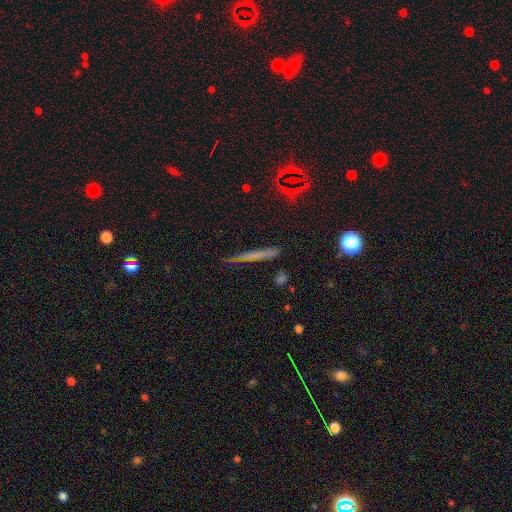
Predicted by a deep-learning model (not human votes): Smooth or featured: smooth — 52% (featured or disk — 32%)
How rounded: cigar-shaped — 93% (in between — 3%)
Merging: none — 80% (minor disturbance — 14%)